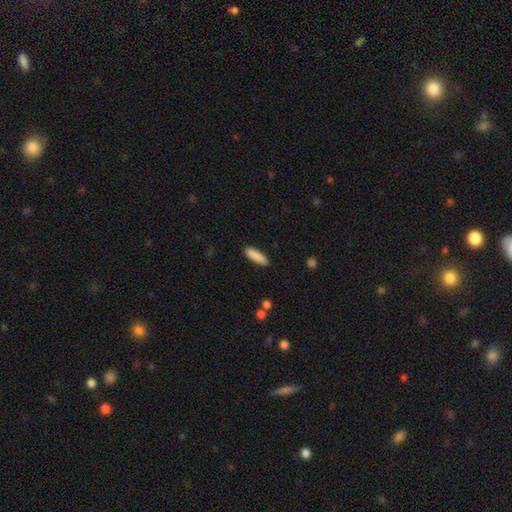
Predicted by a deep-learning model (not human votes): Smooth or featured? smooth (88%)
How rounded? cigar-shaped (64%)
Merging? none (88%)